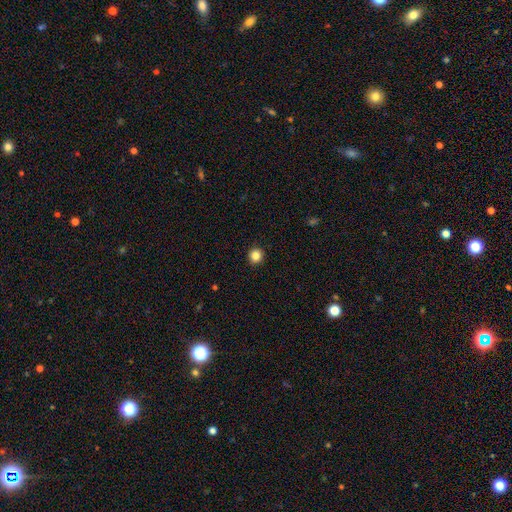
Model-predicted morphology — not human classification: smooth 85%, star or artifact 11%, featured or disk 4%. Down the decision tree: how rounded — round (93%); merging — none (93%).